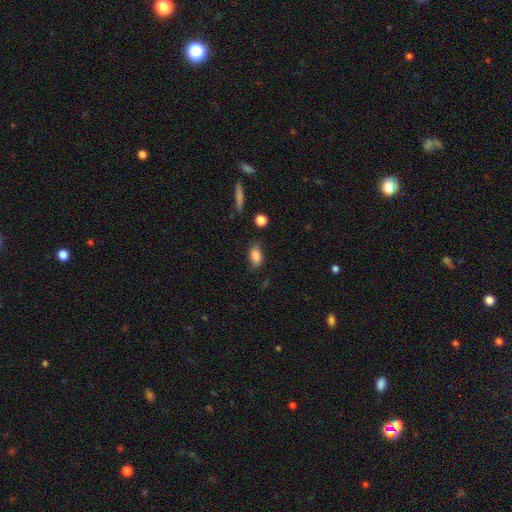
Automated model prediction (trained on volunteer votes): smooth_or_featured: smooth (p=0.83) [alt: featured or disk p=0.09]
how_rounded: in between (p=0.86) [alt: round p=0.09]
merging: none (p=0.74) [alt: minor disturbance p=0.19]